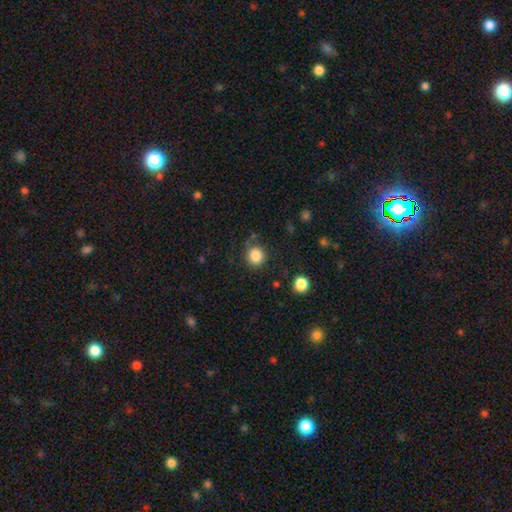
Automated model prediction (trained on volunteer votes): smooth 85%, star or artifact 11%, featured or disk 4%. Down the decision tree: how rounded — round (91%); merging — none (84%).